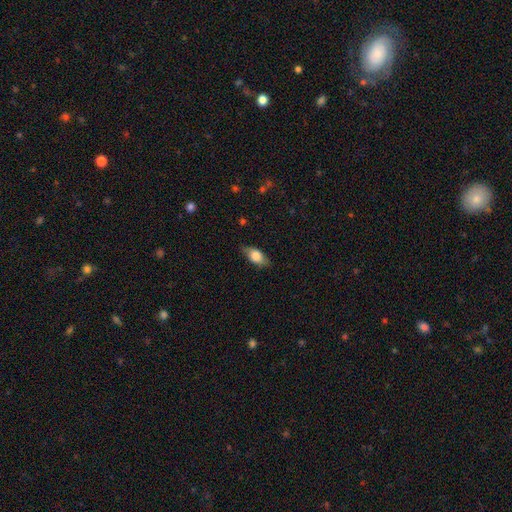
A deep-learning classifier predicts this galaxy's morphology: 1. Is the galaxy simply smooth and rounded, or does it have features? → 74% smooth, 19% featured or disk, 7% star or artifact.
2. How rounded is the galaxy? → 85% in between, 9% cigar-shaped, 6% round.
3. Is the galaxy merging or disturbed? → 77% none, 18% minor disturbance, 4% major disturbance, 1% merger.